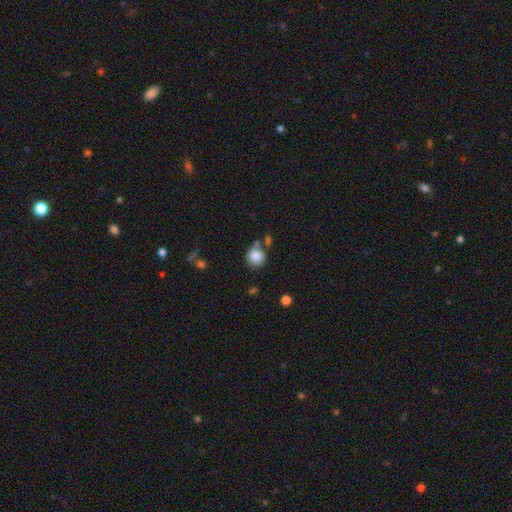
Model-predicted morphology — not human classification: Smooth or featured? smooth (84%)
How rounded? round (91%)
Merging? none (67%)